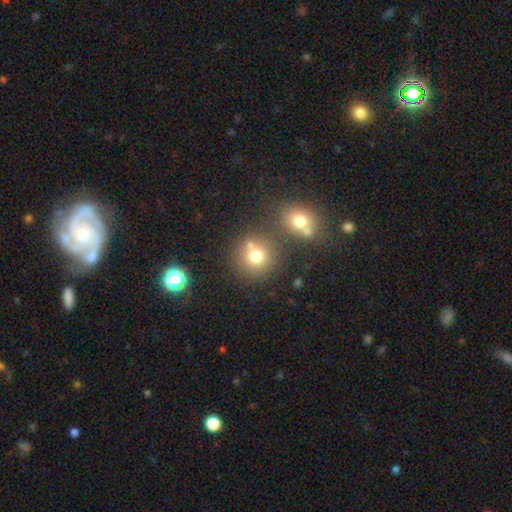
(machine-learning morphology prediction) Smooth or featured: smooth — 74% (star or artifact — 15%)
How rounded: round — 87% (in between — 12%)
Merging: none — 60% (merger — 25%)